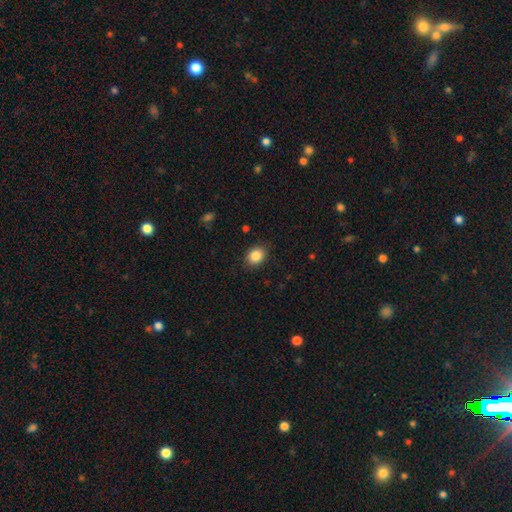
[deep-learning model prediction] Smooth or featured? Predicted: smooth (p=0.86). How rounded? Predicted: in between (p=0.54). Merging? Predicted: none (p=0.86).